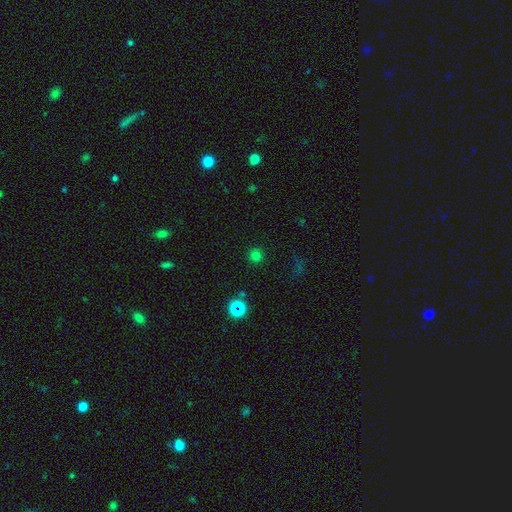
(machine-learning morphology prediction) smooth_or_featured: smooth (p=0.73) [alt: star or artifact p=0.22]
how_rounded: round (p=0.95) [alt: in between p=0.04]
merging: none (p=0.90) [alt: minor disturbance p=0.06]